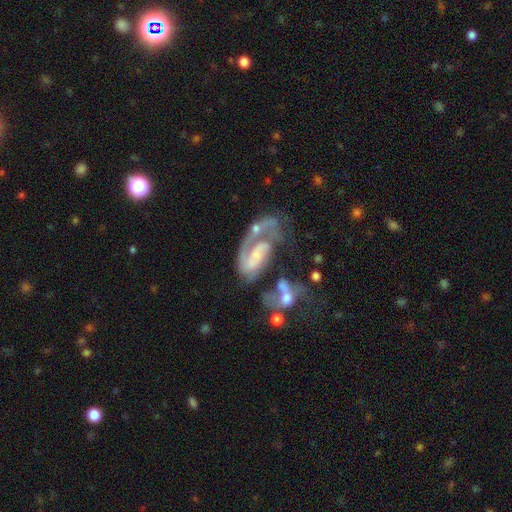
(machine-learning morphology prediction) Smooth or featured? Predicted: featured or disk (p=0.82). Edge-on disk? Predicted: no (p=0.97). Bar? Predicted: no (p=0.51). Spiral arms? Predicted: yes (p=0.91). Spiral winding? Predicted: medium (p=0.41). Spiral arm count? Predicted: 1 (p=0.59). Bulge size? Predicted: small (p=0.39). Merging? Predicted: major disturbance (p=0.32).